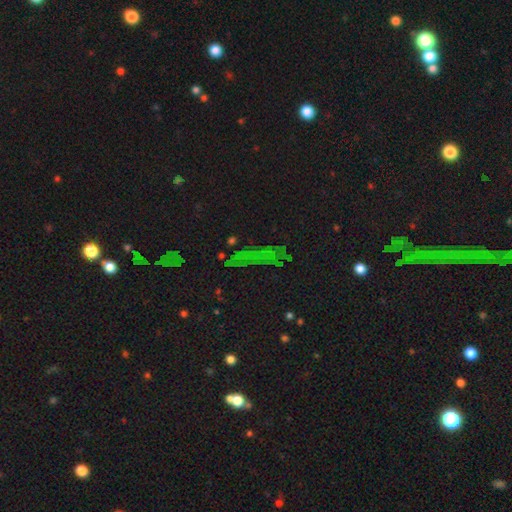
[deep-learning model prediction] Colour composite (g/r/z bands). It shows a star or artifact, not a galaxy (59%).